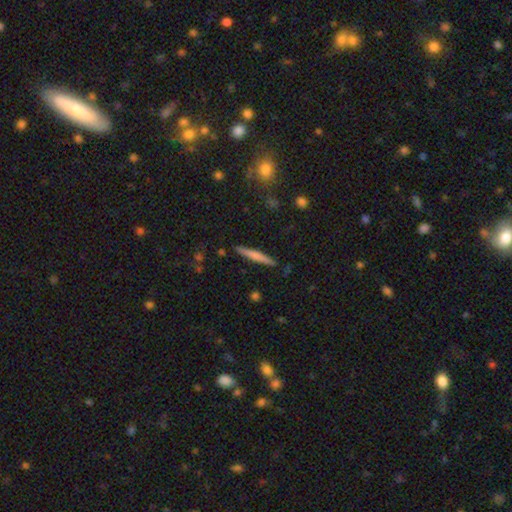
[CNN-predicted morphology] A smooth galaxy with no disk features (60%) that is cigar-shaped (95%). Merging: none (89%).